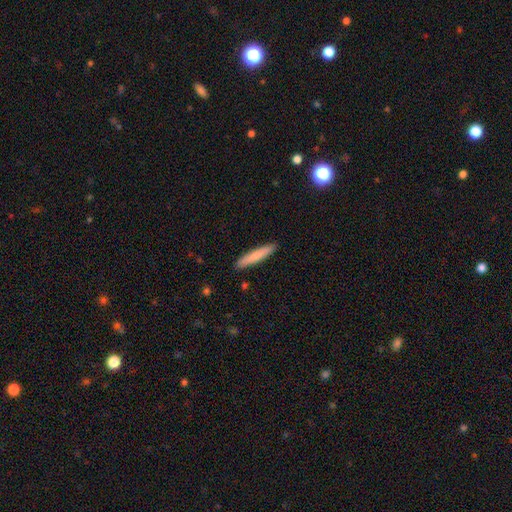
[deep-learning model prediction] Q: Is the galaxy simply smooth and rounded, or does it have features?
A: smooth — 79%.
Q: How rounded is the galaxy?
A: cigar-shaped — 92%.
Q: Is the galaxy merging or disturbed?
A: none — 90%.